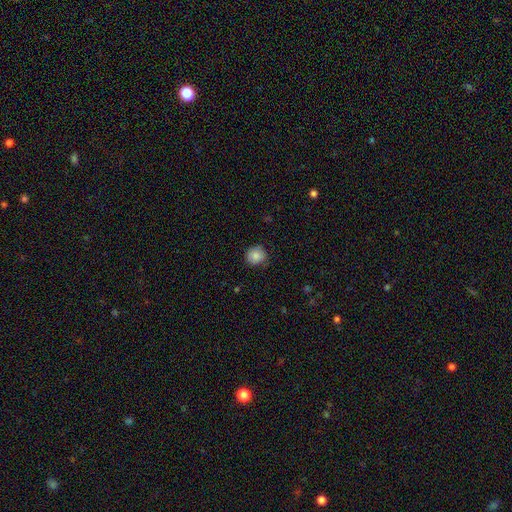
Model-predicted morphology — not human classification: Smooth or featured? Predicted: smooth (p=0.85). How rounded? Predicted: round (p=0.86). Merging? Predicted: none (p=0.81).